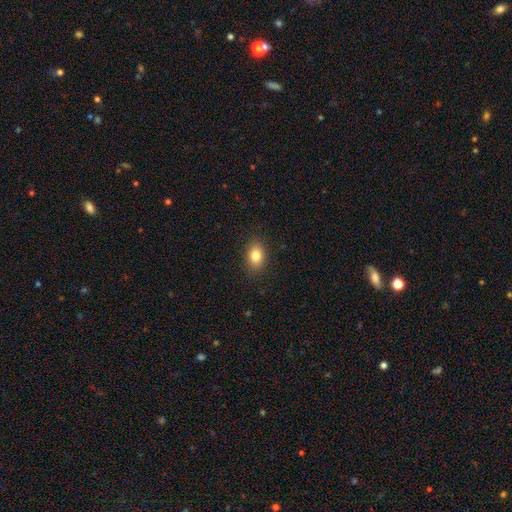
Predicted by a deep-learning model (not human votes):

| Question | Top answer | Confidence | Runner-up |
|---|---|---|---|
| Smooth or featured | smooth | 83% | star or artifact (9%) |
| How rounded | in between | 77% | round (21%) |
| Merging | none | 88% | minor disturbance (9%) |